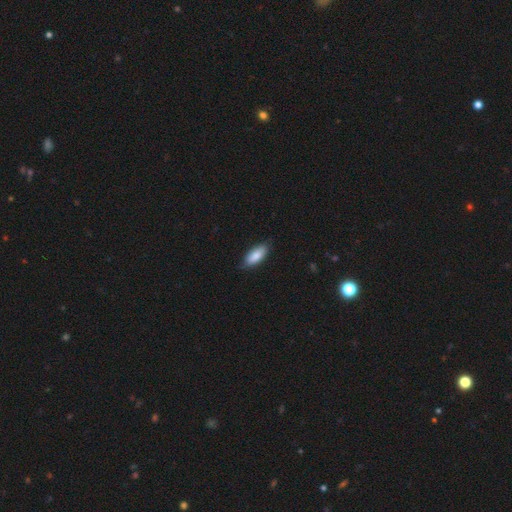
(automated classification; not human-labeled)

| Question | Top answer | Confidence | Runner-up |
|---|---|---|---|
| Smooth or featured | smooth | 85% | featured or disk (9%) |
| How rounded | in between | 85% | cigar-shaped (13%) |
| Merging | none | 82% | minor disturbance (15%) |